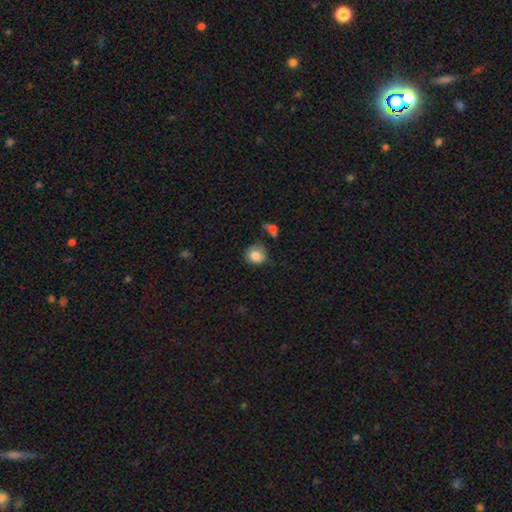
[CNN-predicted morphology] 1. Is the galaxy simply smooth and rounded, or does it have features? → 84% smooth, 8% star or artifact, 7% featured or disk.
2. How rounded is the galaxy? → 74% round, 25% in between, 1% cigar-shaped.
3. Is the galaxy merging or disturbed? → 58% none, 28% minor disturbance, 8% major disturbance, 6% merger.